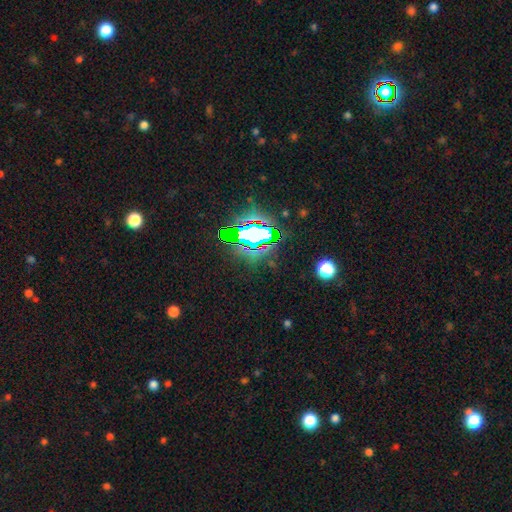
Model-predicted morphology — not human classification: Smooth or featured: star or artifact — 82% (smooth — 10%)